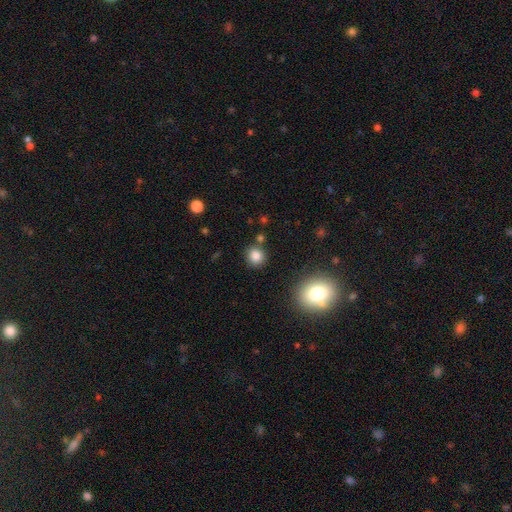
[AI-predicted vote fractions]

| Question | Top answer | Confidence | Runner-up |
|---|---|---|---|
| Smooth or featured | smooth | 83% | star or artifact (12%) |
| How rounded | round | 86% | in between (13%) |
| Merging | none | 83% | minor disturbance (8%) |